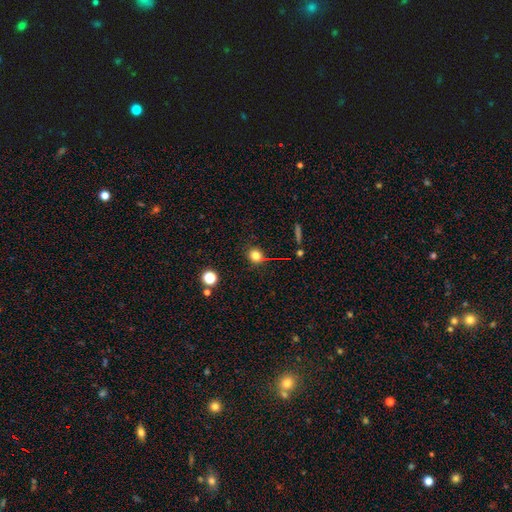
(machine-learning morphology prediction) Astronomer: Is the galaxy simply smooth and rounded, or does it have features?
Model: smooth — 78%.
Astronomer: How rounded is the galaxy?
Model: round — 82%.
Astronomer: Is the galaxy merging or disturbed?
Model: none — 79%.